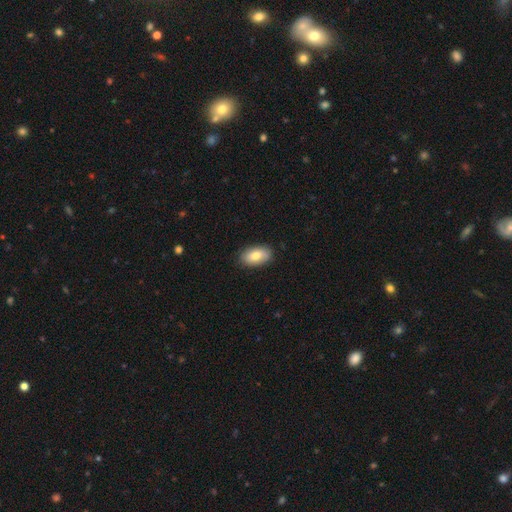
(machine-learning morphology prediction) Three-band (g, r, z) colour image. It shows a smooth galaxy with no disk features (78%) that is in between round and cigar-shaped (93%). Merging: none (86%).